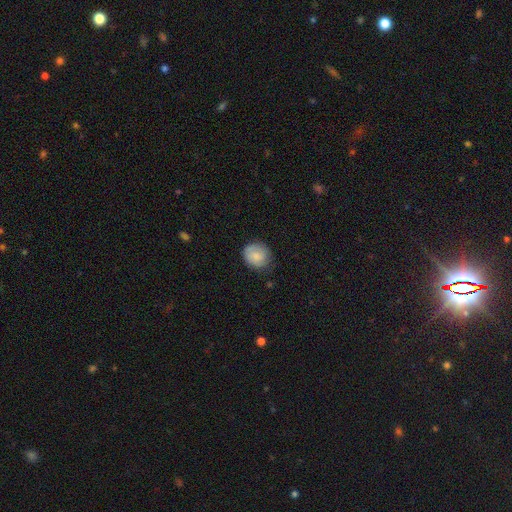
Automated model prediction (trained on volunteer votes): A smooth galaxy with no disk features (77%) that is round (80%). Merging: none (73%).